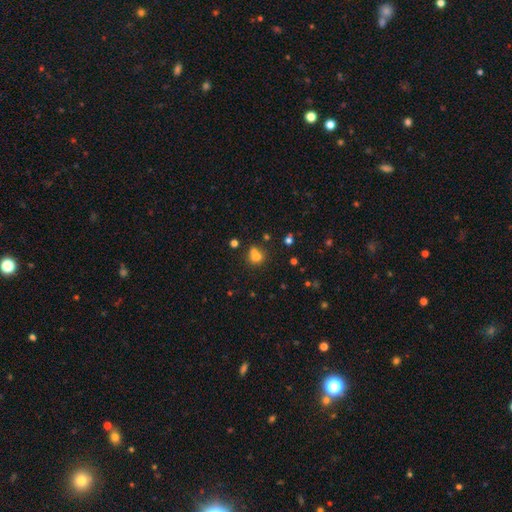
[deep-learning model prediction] This appears to be a smooth galaxy with no disk features (70%) that is round (66%). Merging: none (40%).